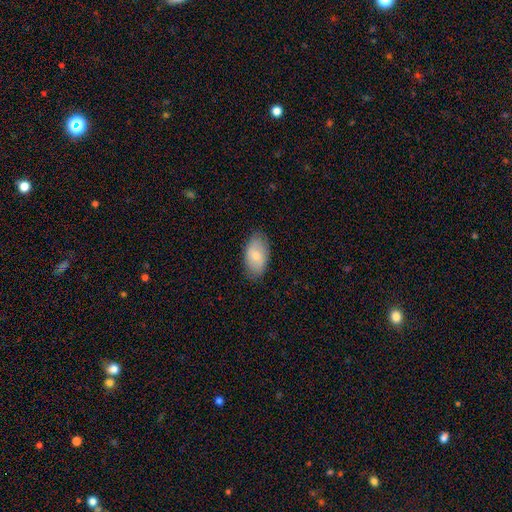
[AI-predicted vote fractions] smooth-or-featured: smooth: 70% | featured or disk: 23% | star or artifact: 6%
  how-rounded: in between: 93% | round: 5% | cigar-shaped: 2%
  merging: none: 81% | minor disturbance: 15% | major disturbance: 3% | merger: 1%